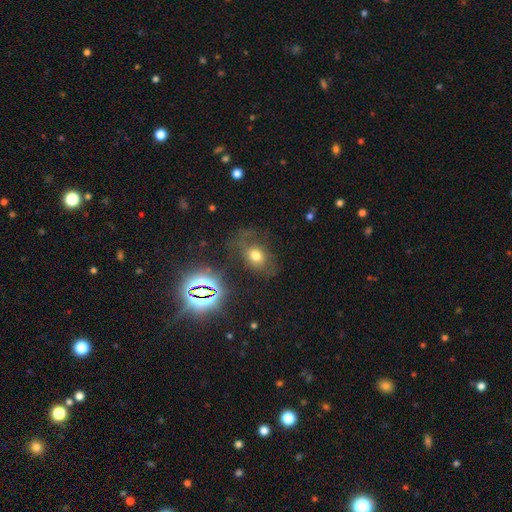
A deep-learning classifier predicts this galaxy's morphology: smooth_or_featured: smooth (p=0.60) [alt: star or artifact p=0.21]
how_rounded: in between (p=0.58) [alt: round p=0.41]
merging: none (p=0.52) [alt: minor disturbance p=0.22]